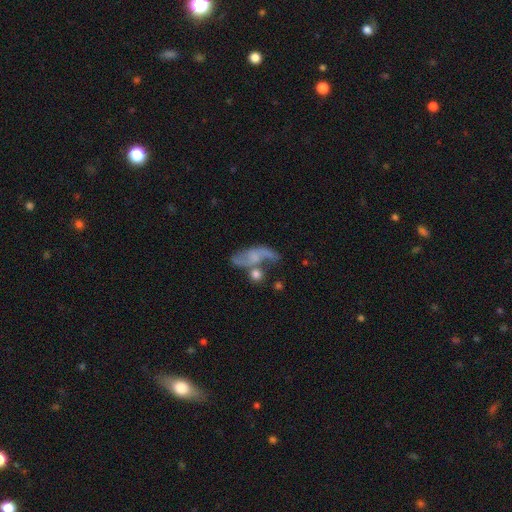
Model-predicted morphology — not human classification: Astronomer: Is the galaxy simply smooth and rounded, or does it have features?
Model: featured or disk — 66%.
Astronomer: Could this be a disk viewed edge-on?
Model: no — 91%.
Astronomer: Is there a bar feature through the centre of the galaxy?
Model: no — 62%.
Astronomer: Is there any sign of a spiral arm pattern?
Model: yes — 82%.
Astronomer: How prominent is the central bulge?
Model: none — 38% (runner-up: small, 35%).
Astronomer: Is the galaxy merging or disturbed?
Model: none — 38% (runner-up: merger, 25%).